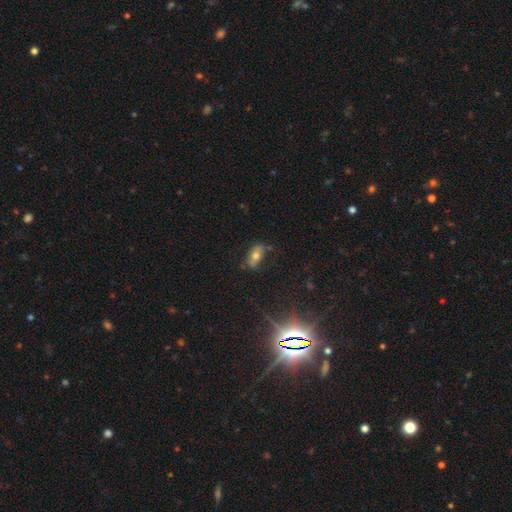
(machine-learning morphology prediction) This is possibly a smooth galaxy (55%). How rounded: likely in between (78%). Merging: likely none (72%).